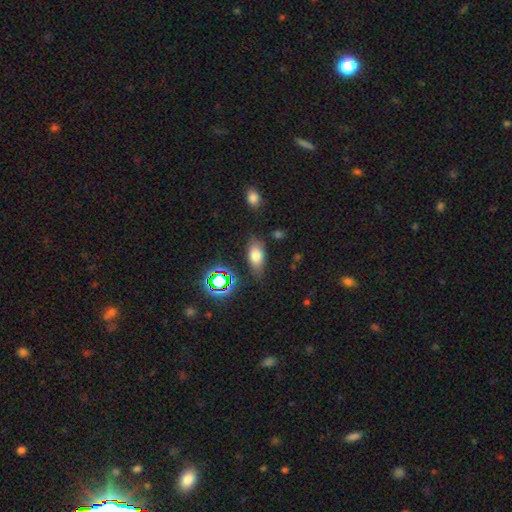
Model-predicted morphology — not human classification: Overall: smooth (72%). How rounded: in between (85%). Merging: none (76%).